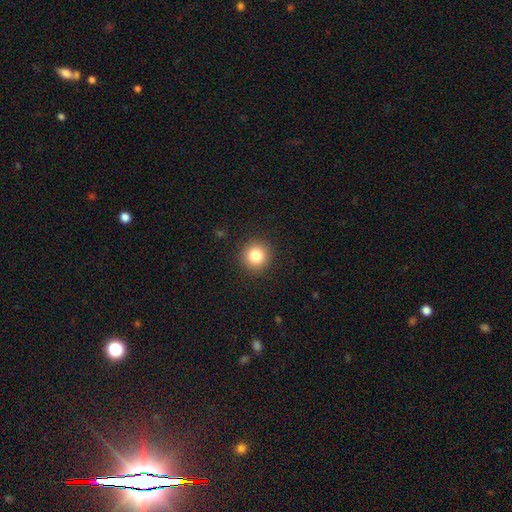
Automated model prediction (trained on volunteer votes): A smooth galaxy with no disk features (83%) that is round (94%). Merging: none (91%).